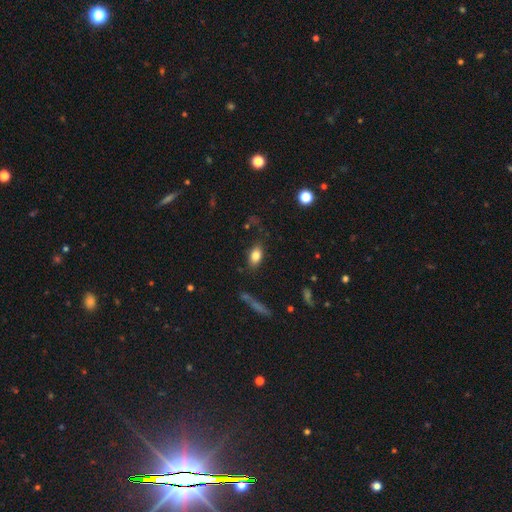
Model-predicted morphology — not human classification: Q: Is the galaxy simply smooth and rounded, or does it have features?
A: smooth — 82%.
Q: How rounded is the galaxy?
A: in between — 87%.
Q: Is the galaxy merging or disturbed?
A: none — 80%.